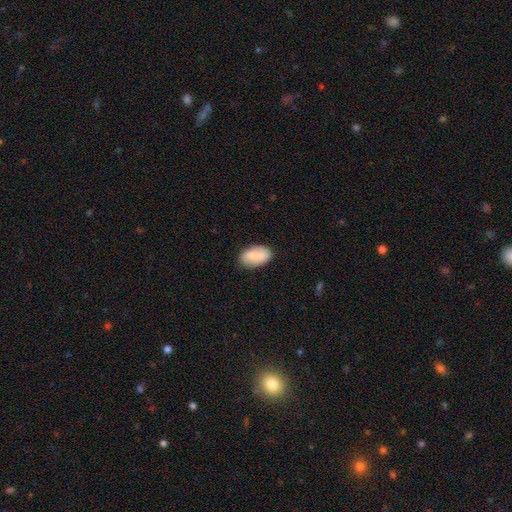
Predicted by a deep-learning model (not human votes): smooth-or-featured: smooth: 59% | featured or disk: 35% | star or artifact: 7%
  how-rounded: in between: 92% | round: 6% | cigar-shaped: 2%
  merging: none: 85% | minor disturbance: 11% | major disturbance: 3% | merger: 1%